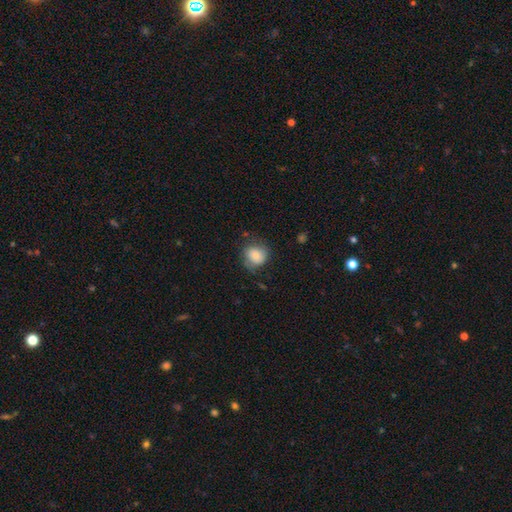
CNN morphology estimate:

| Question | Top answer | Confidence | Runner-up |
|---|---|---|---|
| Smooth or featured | smooth | 73% | featured or disk (19%) |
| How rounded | round | 73% | in between (26%) |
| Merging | none | 61% | minor disturbance (25%) |